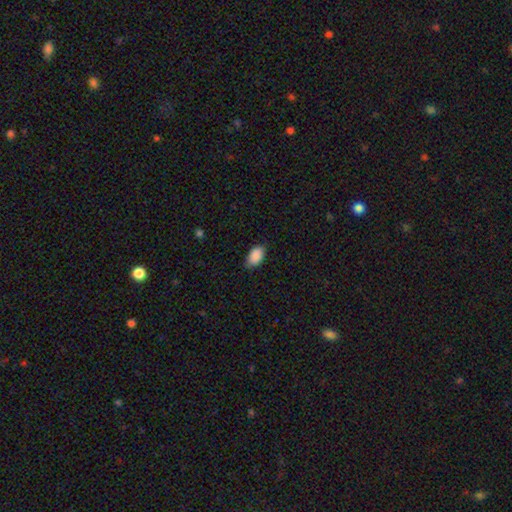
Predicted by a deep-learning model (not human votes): This appears to be a smooth galaxy with no disk features (90%) that is in between round and cigar-shaped (92%). Merging: none (79%).